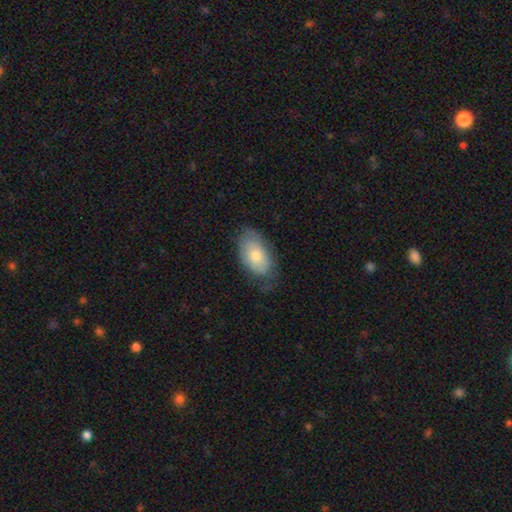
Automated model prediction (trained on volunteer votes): Smooth or featured?
  - smooth: 68% *
  - featured or disk: 26%
  - star or artifact: 6%
How rounded?
  - in between: 93% *
  - round: 5%
  - cigar-shaped: 2%
Merging?
  - none: 64% *
  - minor disturbance: 27%
  - major disturbance: 8%
  - merger: 1%